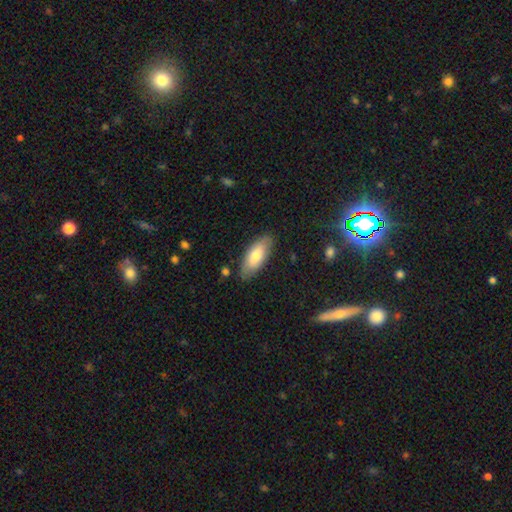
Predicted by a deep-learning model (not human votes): This is likely a smooth galaxy (75%). How rounded: likely in between (78%). Merging: clearly none (82%).